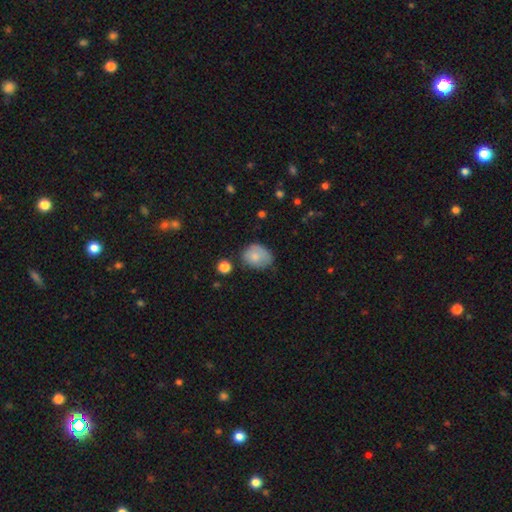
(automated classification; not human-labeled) smooth 79%, featured or disk 13%, star or artifact 8%. Down the decision tree: how rounded — in between (53%); merging — none (50%).